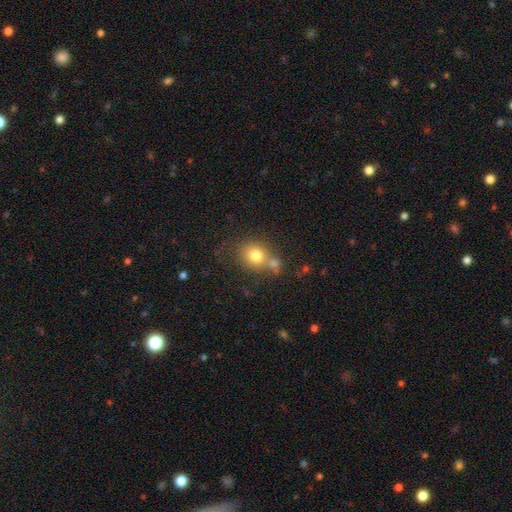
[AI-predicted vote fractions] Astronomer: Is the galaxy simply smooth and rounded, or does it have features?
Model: smooth — 77%.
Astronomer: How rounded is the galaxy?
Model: round — 77%.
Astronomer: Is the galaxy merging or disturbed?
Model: none — 50% (runner-up: merger, 33%).